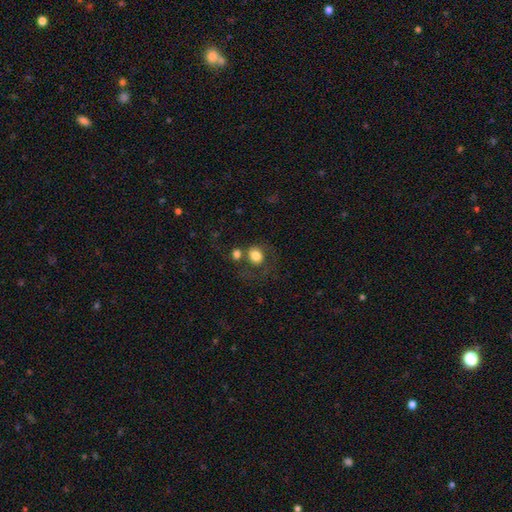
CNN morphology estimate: Smooth or featured? Predicted: smooth (p=0.75). How rounded? Predicted: round (p=0.67). Merging? Predicted: none (p=0.39).